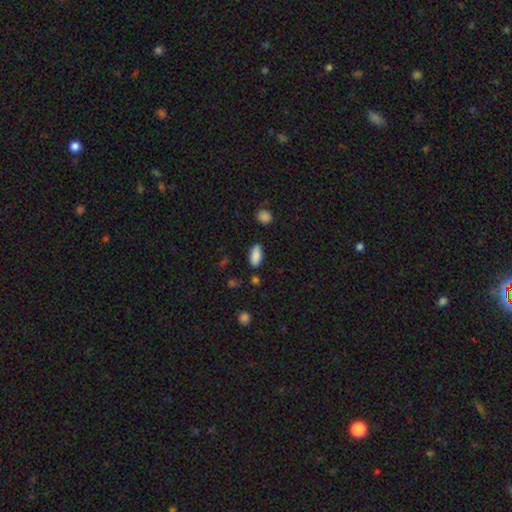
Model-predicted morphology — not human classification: This appears to be a smooth galaxy with no disk features (88%) that is in between round and cigar-shaped (89%). Merging: none (78%).